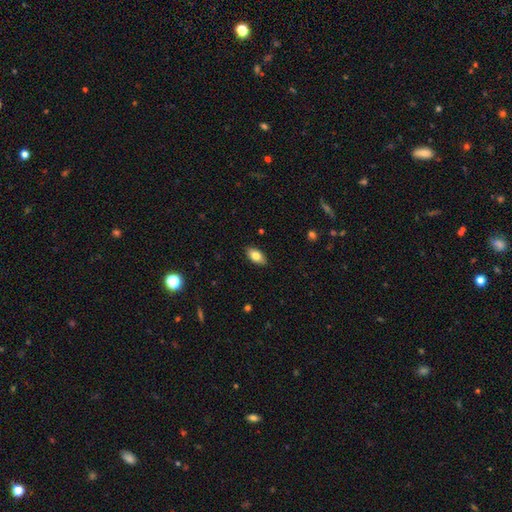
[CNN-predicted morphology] Smooth or featured? Predicted: smooth (p=0.79). How rounded? Predicted: in between (p=0.91). Merging? Predicted: none (p=0.88).